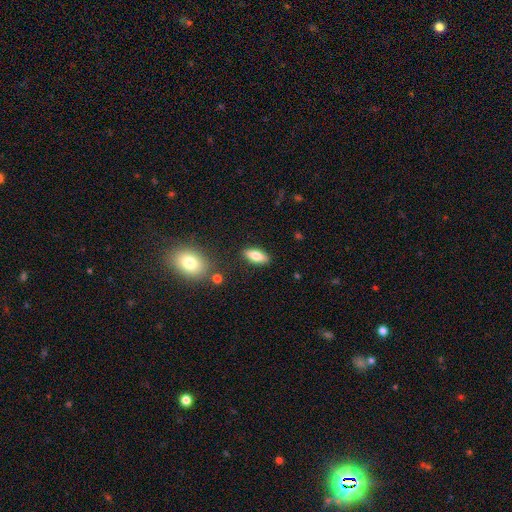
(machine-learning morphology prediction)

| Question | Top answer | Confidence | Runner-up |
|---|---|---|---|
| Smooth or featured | smooth | 76% | featured or disk (17%) |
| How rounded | in between | 79% | cigar-shaped (18%) |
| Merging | none | 86% | minor disturbance (9%) |